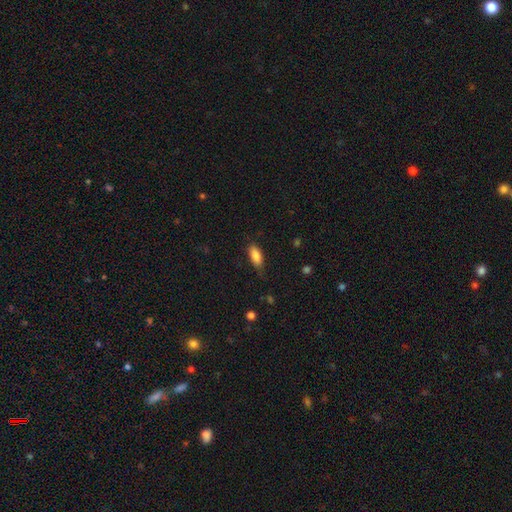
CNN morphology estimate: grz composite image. It shows a smooth galaxy with no disk features (84%) that is in between round and cigar-shaped (81%). Merging: none (76%).